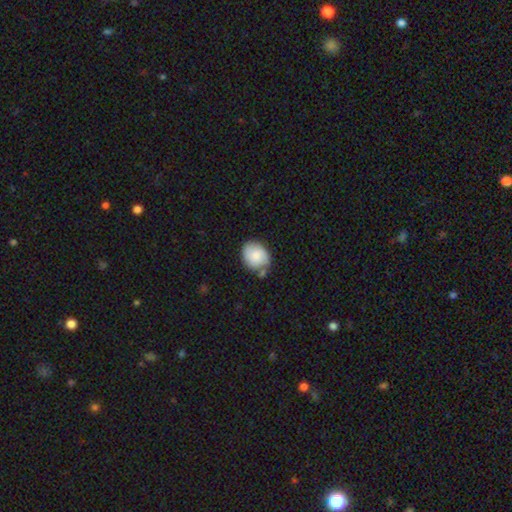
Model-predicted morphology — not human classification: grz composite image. It shows a smooth galaxy with no disk features (68%) that is round (52%). Merging: none (60%).